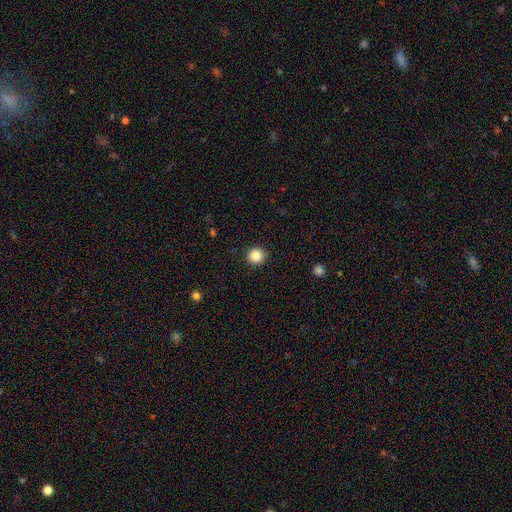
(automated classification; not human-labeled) Smooth or featured: smooth — 85% (star or artifact — 10%)
How rounded: round — 95% (in between — 4%)
Merging: none — 93% (minor disturbance — 5%)